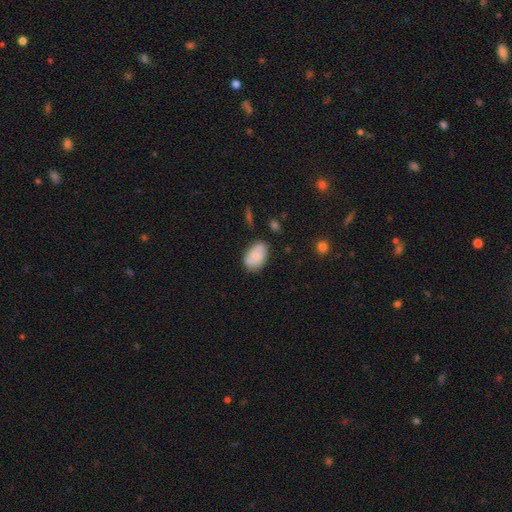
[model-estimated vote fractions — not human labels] This appears to be a smooth galaxy with no disk features (65%) that is in between round and cigar-shaped (89%). Merging: none (68%).